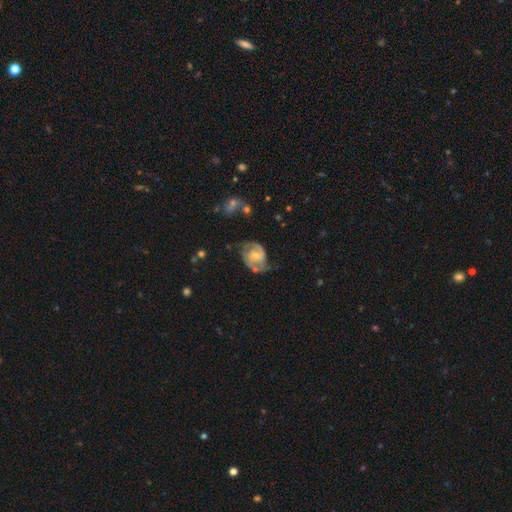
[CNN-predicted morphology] Overall: featured or disk (81%). Edge-on disk: no (98%). Bar: weak (45%; no 43%). Spiral arms: yes (94%). Spiral arm count: 2 (86%). Spiral winding: medium (51%; tight 30%). Bulge size: small (51%; moderate 36%). Merging: none (57%; minor disturbance 25%).